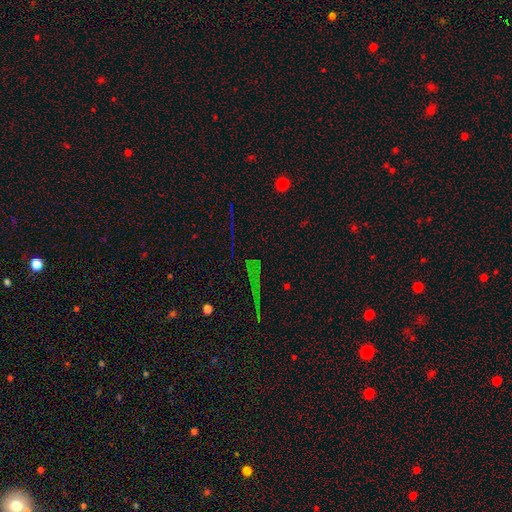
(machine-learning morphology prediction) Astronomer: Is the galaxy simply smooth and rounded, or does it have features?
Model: star or artifact — 72%.